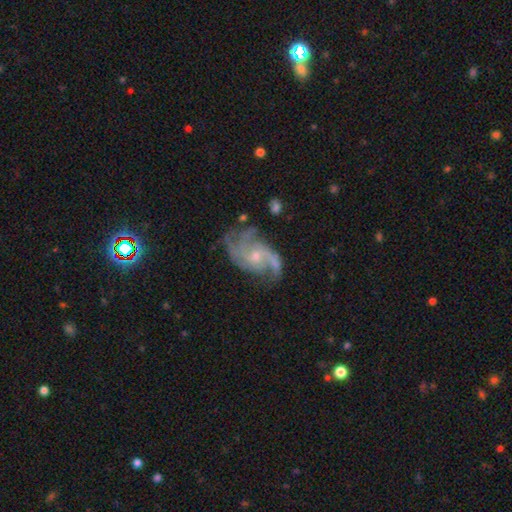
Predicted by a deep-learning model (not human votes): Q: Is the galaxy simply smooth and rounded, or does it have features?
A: featured or disk — 88%.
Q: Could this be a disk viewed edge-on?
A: no — 98%.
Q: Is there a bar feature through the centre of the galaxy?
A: no — 68%.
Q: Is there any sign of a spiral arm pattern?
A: yes — 97%.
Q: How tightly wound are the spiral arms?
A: medium — 49%.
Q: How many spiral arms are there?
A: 3 — 34%.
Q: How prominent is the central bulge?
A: small — 67%.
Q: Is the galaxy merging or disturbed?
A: none — 60%.